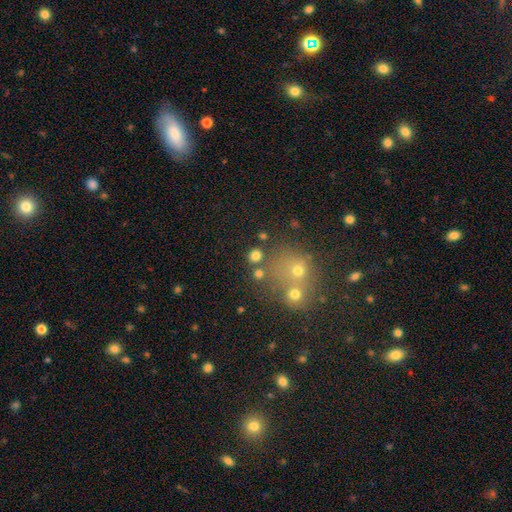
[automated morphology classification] type=smooth (75%); roundness=round (81%); merging=none (70%).